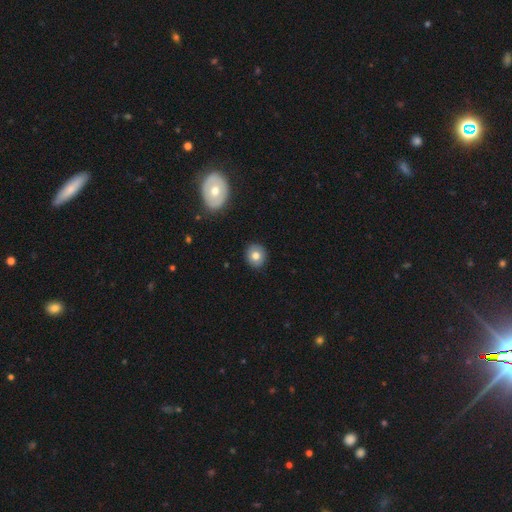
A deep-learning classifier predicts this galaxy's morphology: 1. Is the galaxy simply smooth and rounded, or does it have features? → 78% smooth, 13% featured or disk, 9% star or artifact.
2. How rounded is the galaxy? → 84% round, 15% in between, 1% cigar-shaped.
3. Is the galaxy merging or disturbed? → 90% none, 7% minor disturbance, 2% major disturbance, 1% merger.